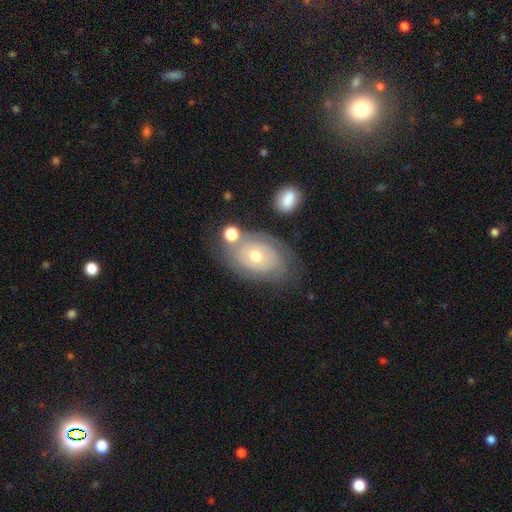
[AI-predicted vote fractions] Smooth or featured? featured or disk (64%)
Edge-on disk? no (95%)
Bar? no (86%)
Spiral arms? yes (72%)
Bulge size? moderate (62%)
Merging? none (61%)